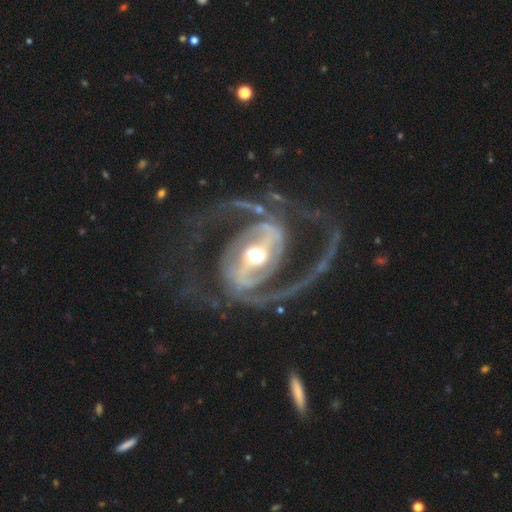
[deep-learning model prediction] Smooth or featured? featured or disk (92%)
Edge-on disk? no (97%)
Bar? strong (66%)
Spiral arms? yes (95%)
Spiral winding? medium (53%)
Spiral arm count? 2 (86%)
Bulge size? moderate (69%)
Merging? none (61%)